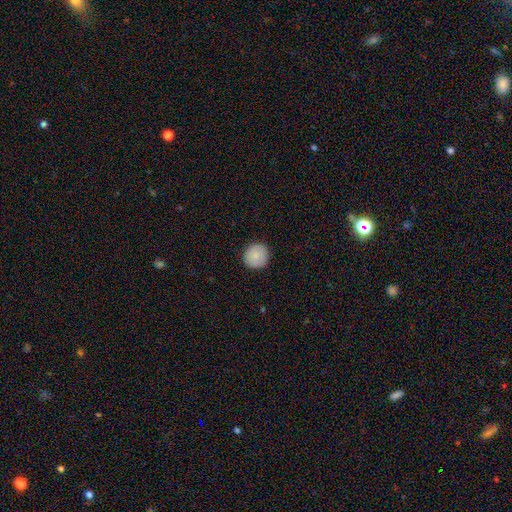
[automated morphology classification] Q: Smooth or featured?
A: smooth (85%); runner-up: star or artifact (8%)
Q: How rounded?
A: round (93%); runner-up: in between (6%)
Q: Merging?
A: none (91%); runner-up: minor disturbance (7%)